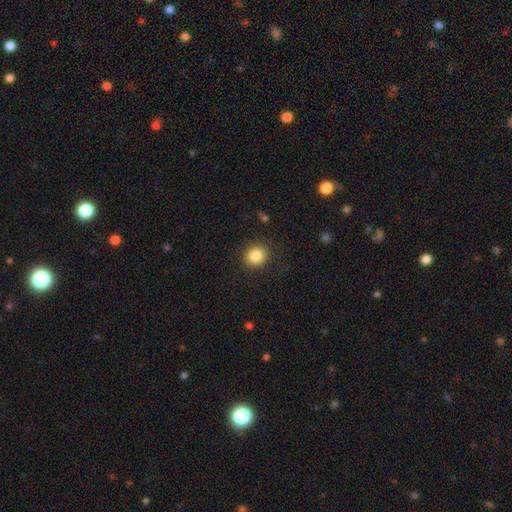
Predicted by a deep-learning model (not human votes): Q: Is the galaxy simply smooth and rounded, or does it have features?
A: smooth — 85%.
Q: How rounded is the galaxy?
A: round — 85%.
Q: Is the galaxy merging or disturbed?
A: none — 90%.